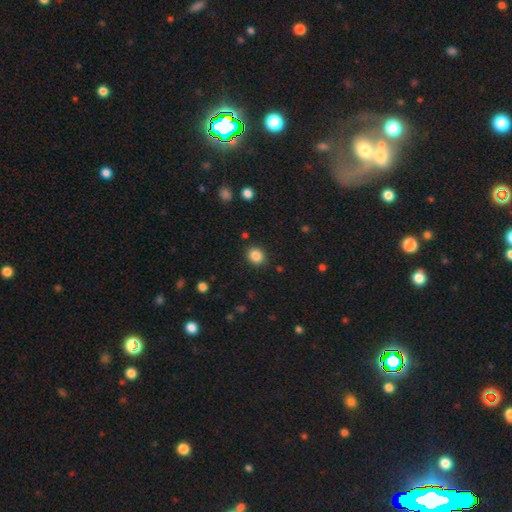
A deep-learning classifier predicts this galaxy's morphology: A smooth galaxy with no disk features (86%) that is round (71%). Merging: none (88%).